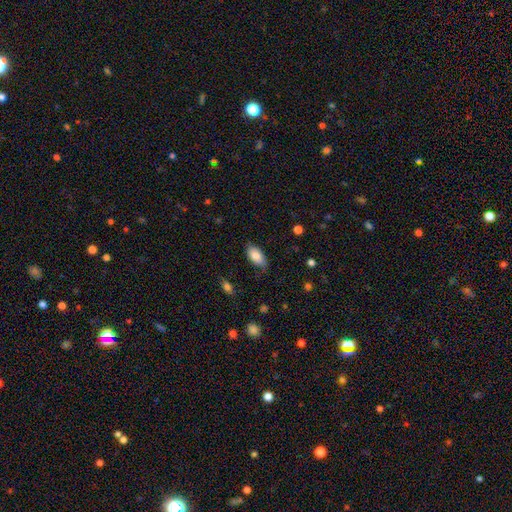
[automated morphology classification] This appears to be a smooth galaxy with no disk features (82%) that is in between round and cigar-shaped (94%). Merging: none (67%).